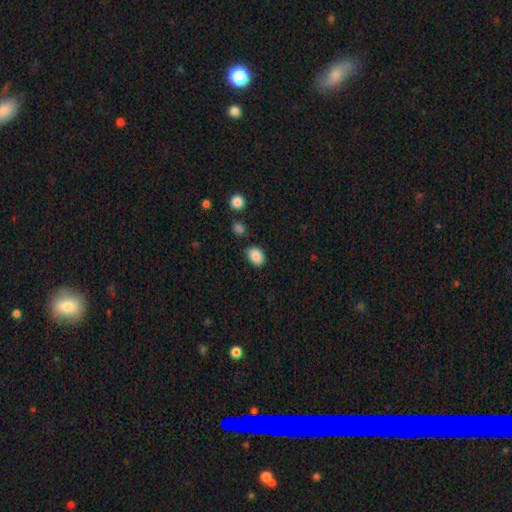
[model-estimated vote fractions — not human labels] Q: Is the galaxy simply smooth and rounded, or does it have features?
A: smooth — 87%.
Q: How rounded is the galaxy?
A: in between — 73%.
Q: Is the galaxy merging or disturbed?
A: none — 77%.